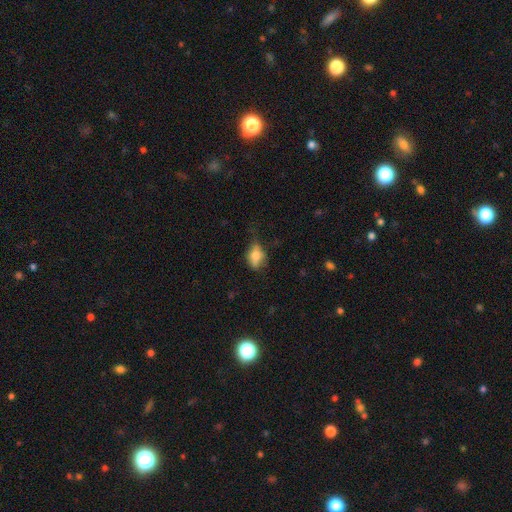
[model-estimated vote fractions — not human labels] Q: Smooth or featured?
A: smooth (64%); runner-up: featured or disk (26%)
Q: How rounded?
A: in between (74%); runner-up: round (21%)
Q: Merging?
A: none (51%); runner-up: minor disturbance (32%)